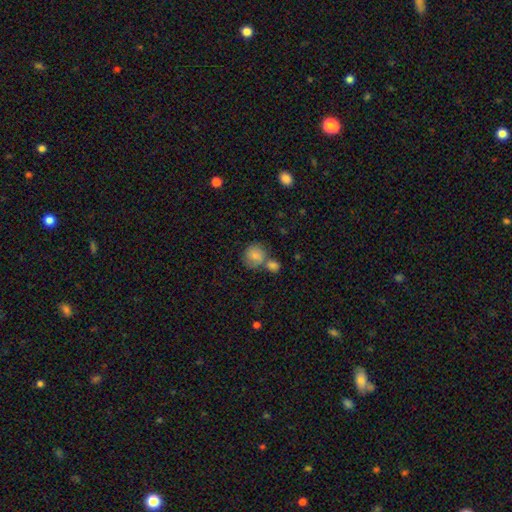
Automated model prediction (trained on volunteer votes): smooth-or-featured: smooth: 81% | featured or disk: 11% | star or artifact: 8%
  how-rounded: round: 79% | in between: 20% | cigar-shaped: 1%
  merging: merger: 43% | none: 41% | minor disturbance: 12% | major disturbance: 5%